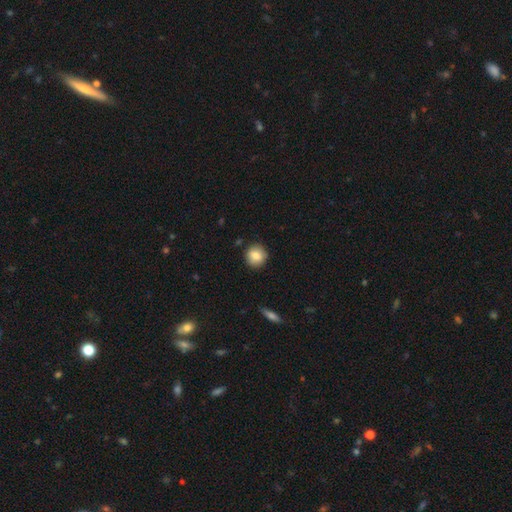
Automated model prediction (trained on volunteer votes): Morphology: type=smooth (83%); roundness=round (91%); merging=none (87%).